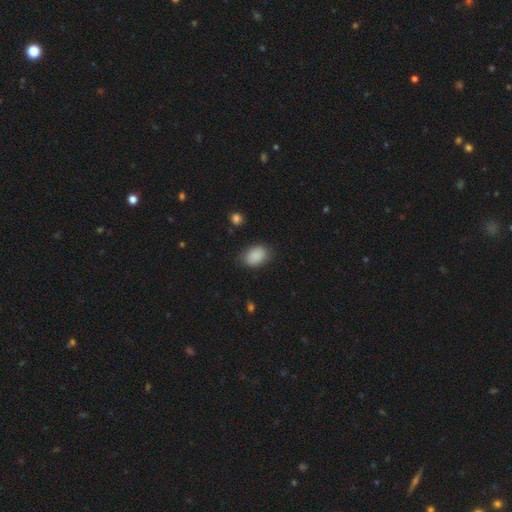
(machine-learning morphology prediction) Q: Smooth or featured?
A: smooth (88%); runner-up: star or artifact (7%)
Q: How rounded?
A: in between (81%); runner-up: round (18%)
Q: Merging?
A: none (81%); runner-up: minor disturbance (14%)